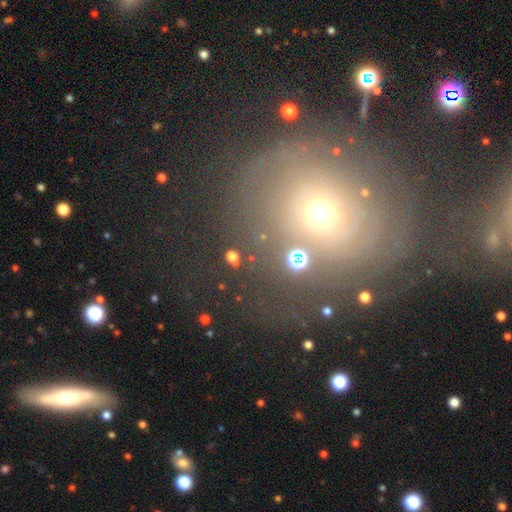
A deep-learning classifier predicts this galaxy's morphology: type=smooth (45%); merging=none (64%).